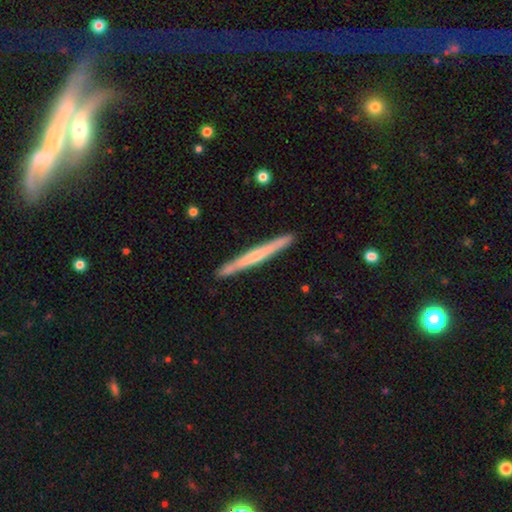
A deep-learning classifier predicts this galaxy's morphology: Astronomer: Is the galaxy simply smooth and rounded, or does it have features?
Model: featured or disk — 53% (runner-up: smooth, 42%).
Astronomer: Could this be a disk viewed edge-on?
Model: yes — 97%.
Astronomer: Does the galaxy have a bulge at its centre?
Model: none — 60%.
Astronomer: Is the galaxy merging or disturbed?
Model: none — 90%.